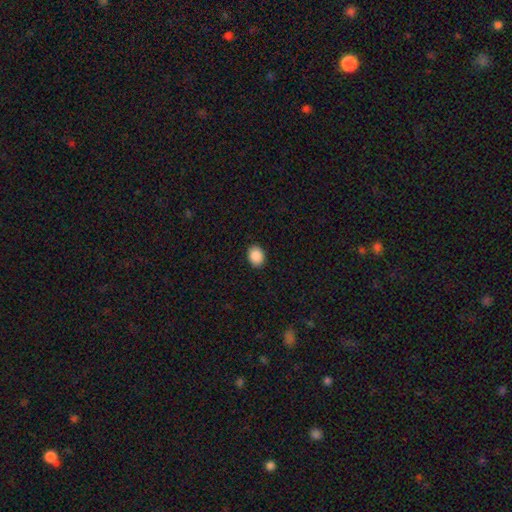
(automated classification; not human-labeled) A smooth galaxy with no disk features (89%) that is in between round and cigar-shaped (60%).

Vote fractions:
- Smooth or featured? smooth: 89% / star or artifact: 8% / featured or disk: 3%
- How rounded? in between: 60% / round: 39% / cigar-shaped: 1%
- Merging? none: 90% / minor disturbance: 7% / major disturbance: 2% / merger: 1%